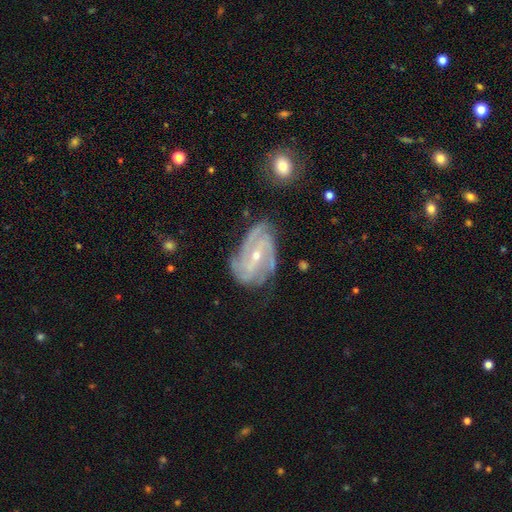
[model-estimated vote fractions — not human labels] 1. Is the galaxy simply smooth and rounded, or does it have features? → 89% featured or disk, 6% star or artifact, 5% smooth.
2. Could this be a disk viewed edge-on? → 97% no, 3% yes.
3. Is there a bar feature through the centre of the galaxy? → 42% weak, 30% strong, 29% no.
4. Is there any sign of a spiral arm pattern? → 97% yes, 3% no.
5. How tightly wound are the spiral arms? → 50% tight, 39% medium, 10% loose.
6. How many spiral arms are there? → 34% 3, 22% 4, 19% 2, 15% can't tell, 5% more than 4, 5% 1.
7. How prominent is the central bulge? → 64% small, 34% moderate, 1% none, 1% large, 1% dominant.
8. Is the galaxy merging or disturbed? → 66% none, 23% minor disturbance, 9% major disturbance, 2% merger.